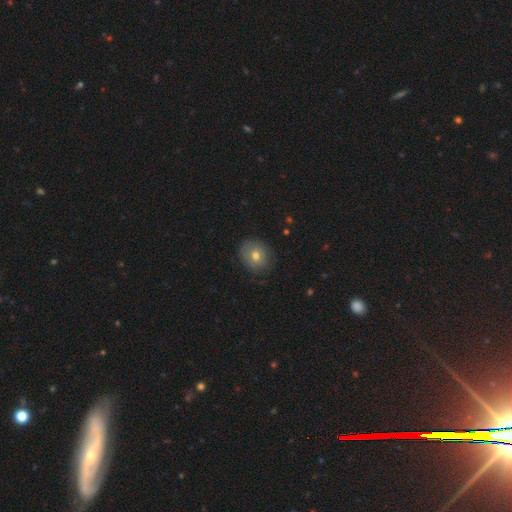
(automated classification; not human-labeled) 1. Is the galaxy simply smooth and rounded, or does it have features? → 70% smooth, 20% featured or disk, 10% star or artifact.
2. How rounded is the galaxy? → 72% round, 27% in between, 1% cigar-shaped.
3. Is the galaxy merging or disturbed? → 80% none, 15% minor disturbance, 4% major disturbance, 1% merger.